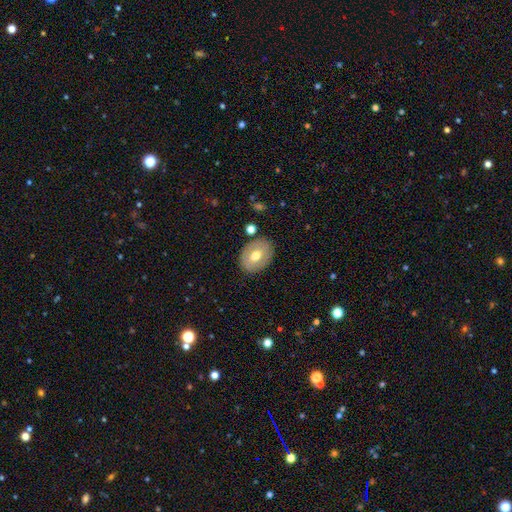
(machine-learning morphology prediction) Smooth or featured?
  - smooth: 56% *
  - featured or disk: 37%
  - star or artifact: 7%
How rounded?
  - in between: 71% *
  - round: 28%
  - cigar-shaped: 1%
Merging?
  - none: 82% *
  - minor disturbance: 12%
  - major disturbance: 3%
  - merger: 3%